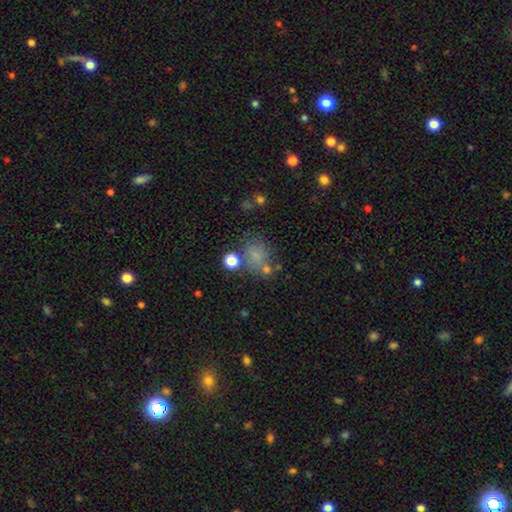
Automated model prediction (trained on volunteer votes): smooth_or_featured: smooth (p=0.70) [alt: star or artifact p=0.18]
how_rounded: round (p=0.65) [alt: in between p=0.34]
merging: none (p=0.59) [alt: minor disturbance p=0.17]